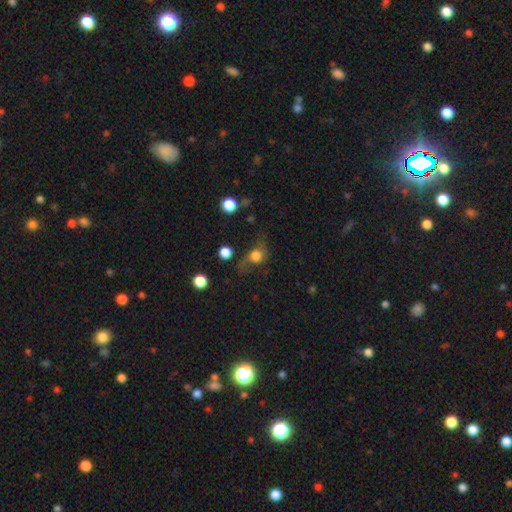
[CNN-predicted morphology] Overall: smooth (59%; featured or disk 28%). How rounded: round (60%; in between 36%). Merging: none (47%; major disturbance 25%).